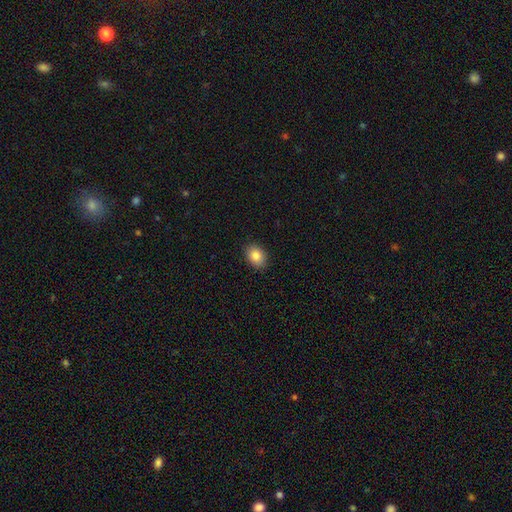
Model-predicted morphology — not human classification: smooth 86%, star or artifact 8%, featured or disk 6%. Down the decision tree: how rounded — in between (70%); merging — none (89%).